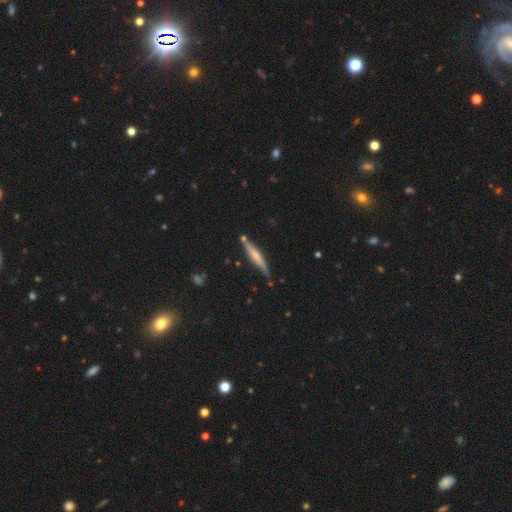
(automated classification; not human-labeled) Smooth or featured: featured or disk — 50% (smooth — 44%)
Edge-on disk: yes — 95% (no — 5%)
Merging: none — 79% (minor disturbance — 13%)